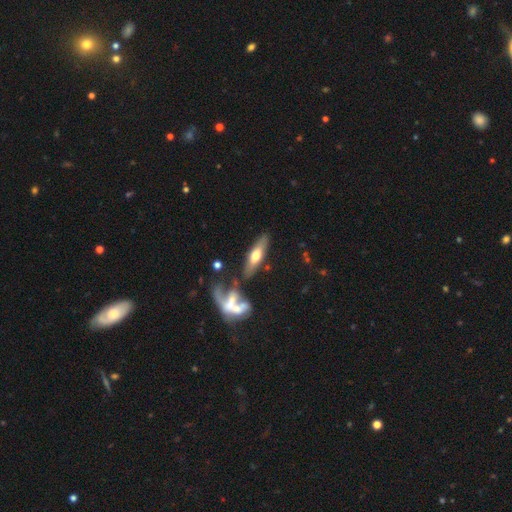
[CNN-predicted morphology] A featured or disk galaxy (48%). Merging: none (67%).